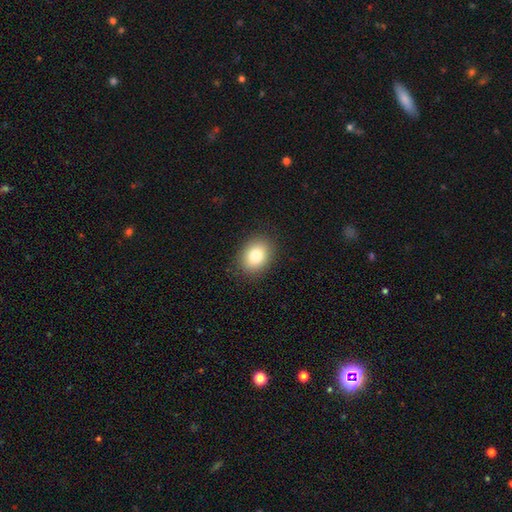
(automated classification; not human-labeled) Smooth or featured: smooth — 82% (star or artifact — 9%)
How rounded: in between — 60% (round — 39%)
Merging: none — 88% (minor disturbance — 8%)